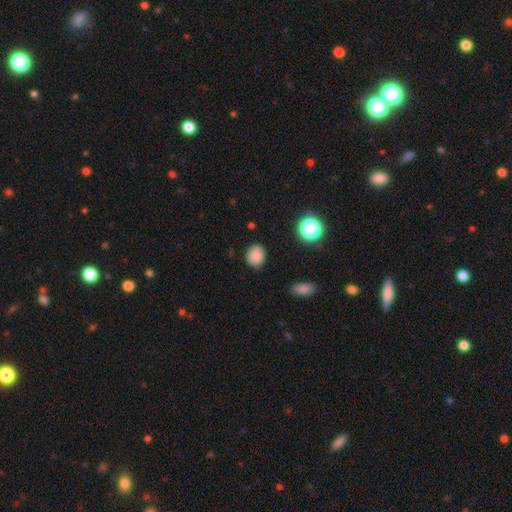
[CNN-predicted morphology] Overall: smooth (84%). How rounded: round (68%; in between 31%). Merging: none (82%).